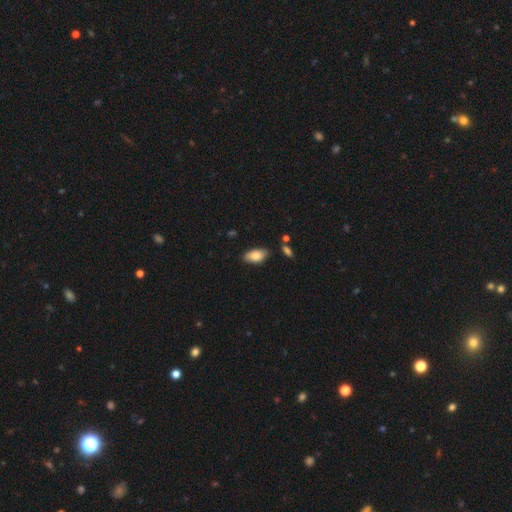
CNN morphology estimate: Smooth or featured? smooth (82%)
How rounded? in between (92%)
Merging? none (83%)